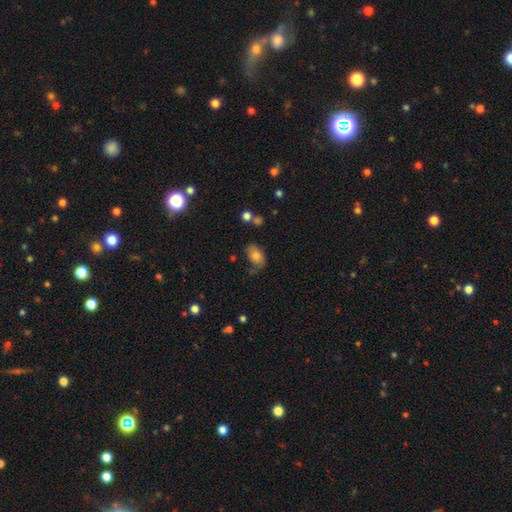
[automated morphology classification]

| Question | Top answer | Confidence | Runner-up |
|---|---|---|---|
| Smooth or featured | smooth | 75% | featured or disk (15%) |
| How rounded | in between | 87% | round (12%) |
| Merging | none | 51% | minor disturbance (30%) |